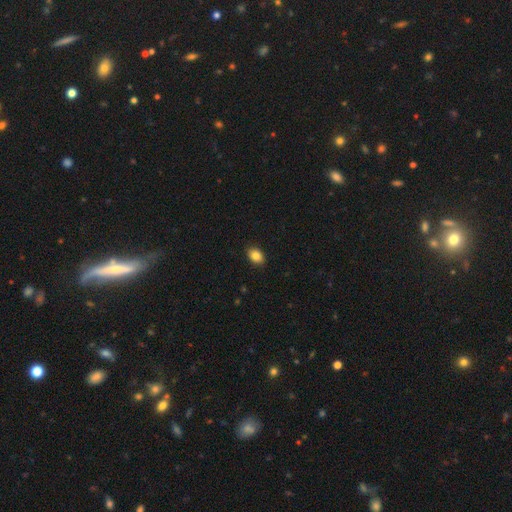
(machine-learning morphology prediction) Q: Smooth or featured?
A: smooth (87%); runner-up: star or artifact (8%)
Q: How rounded?
A: in between (79%); runner-up: round (20%)
Q: Merging?
A: none (89%); runner-up: minor disturbance (8%)